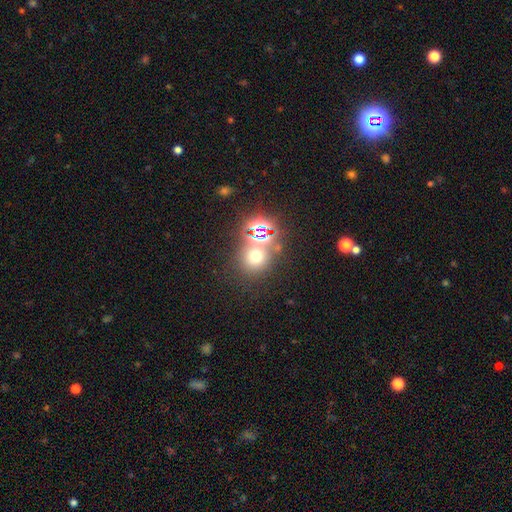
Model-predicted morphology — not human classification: smooth 54%, star or artifact 35%, featured or disk 10%. Down the decision tree: how rounded — round (83%); merging — none (62%).